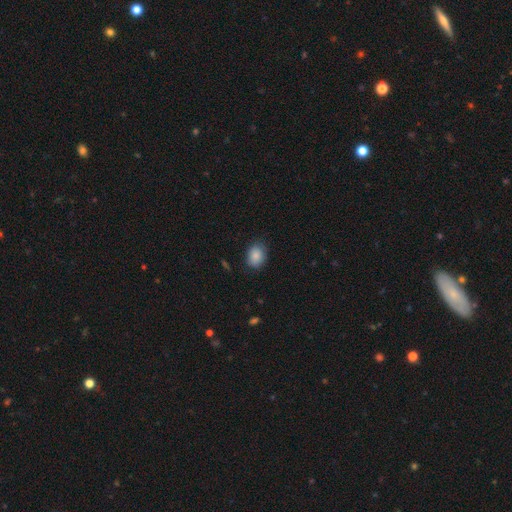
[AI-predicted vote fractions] Overall: smooth (86%). How rounded: in between (64%; round 35%). Merging: none (79%).